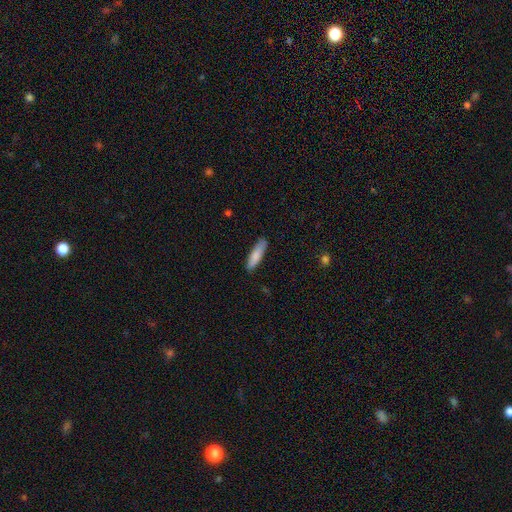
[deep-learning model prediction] This is clearly a smooth galaxy (83%). How rounded: likely cigar-shaped (70%). Merging: clearly none (85%).